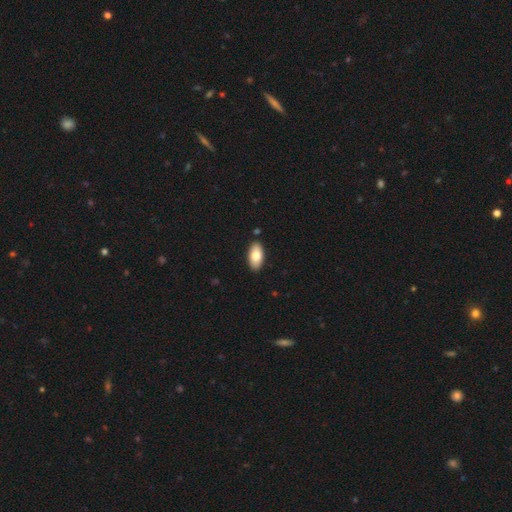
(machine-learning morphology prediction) Q: Smooth or featured?
A: smooth (78%); runner-up: featured or disk (16%)
Q: How rounded?
A: in between (93%); runner-up: cigar-shaped (5%)
Q: Merging?
A: none (89%); runner-up: minor disturbance (8%)